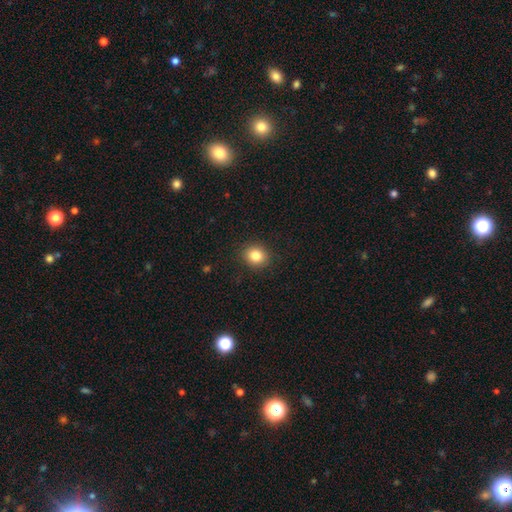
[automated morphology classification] Smooth or featured? smooth (83%)
How rounded? round (77%)
Merging? none (90%)